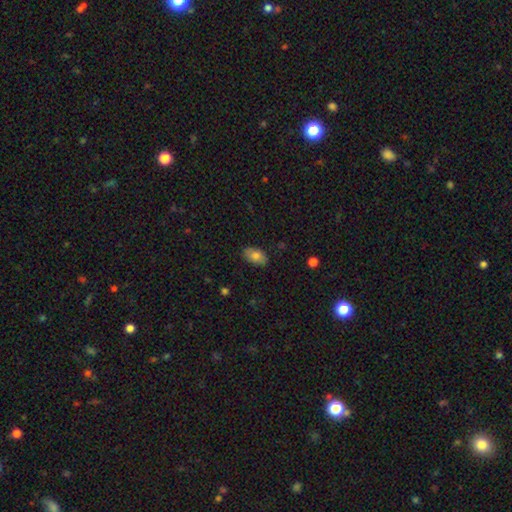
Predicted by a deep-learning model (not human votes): smooth_or_featured: smooth (p=0.80) [alt: featured or disk p=0.12]
how_rounded: in between (p=0.92) [alt: round p=0.06]
merging: none (p=0.83) [alt: minor disturbance p=0.14]